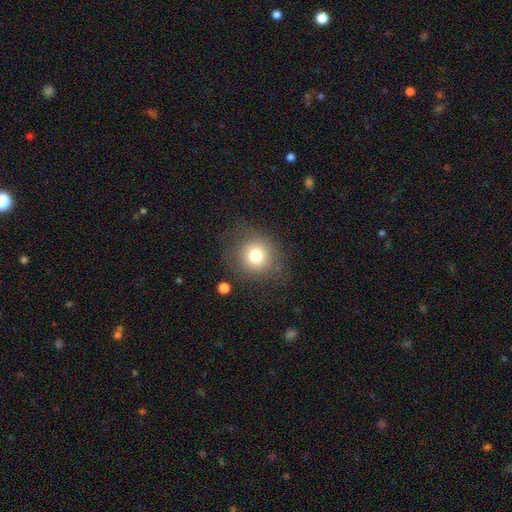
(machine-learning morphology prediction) smooth 74%, featured or disk 14%, star or artifact 12%. Down the decision tree: how rounded — round (86%); merging — none (74%).